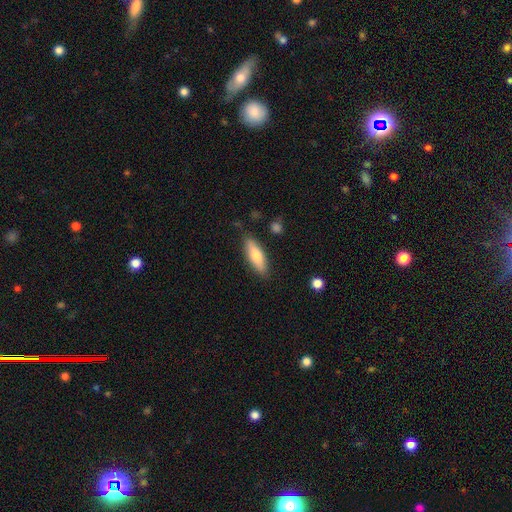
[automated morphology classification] Smooth or featured? Predicted: smooth (p=0.70). How rounded? Predicted: in between (p=0.53). Merging? Predicted: none (p=0.83).